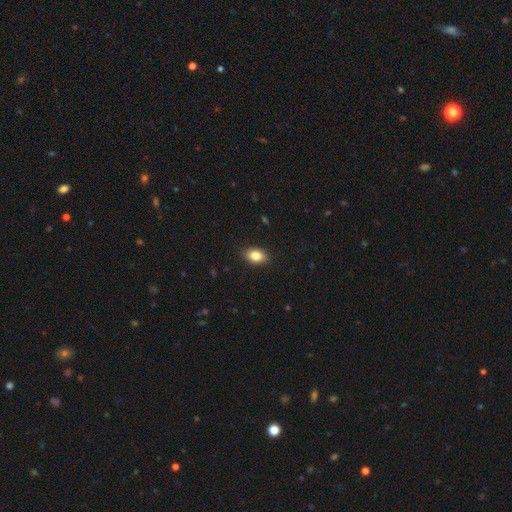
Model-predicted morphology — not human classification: type=smooth (84%); roundness=in between (84%); merging=none (88%).